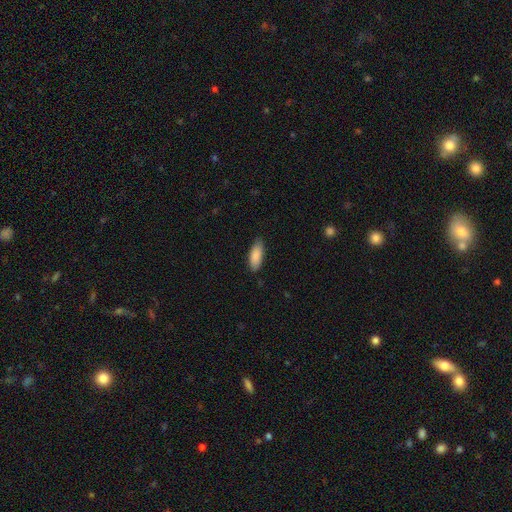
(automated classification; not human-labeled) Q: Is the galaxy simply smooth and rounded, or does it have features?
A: smooth — 88%.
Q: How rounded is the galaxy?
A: in between — 75%.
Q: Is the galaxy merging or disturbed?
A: none — 82%.